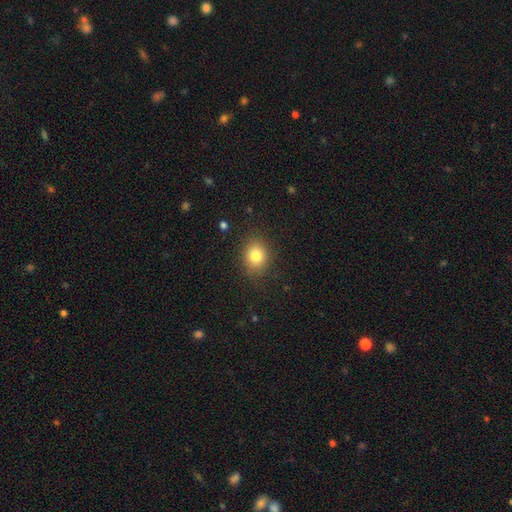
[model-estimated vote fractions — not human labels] Smooth or featured: smooth — 81% (star or artifact — 11%)
How rounded: round — 62% (in between — 38%)
Merging: none — 86% (minor disturbance — 10%)